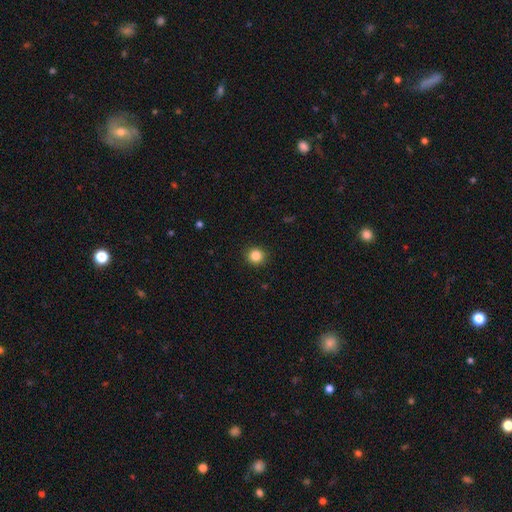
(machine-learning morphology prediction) Overall: smooth (85%). How rounded: round (92%). Merging: none (92%).